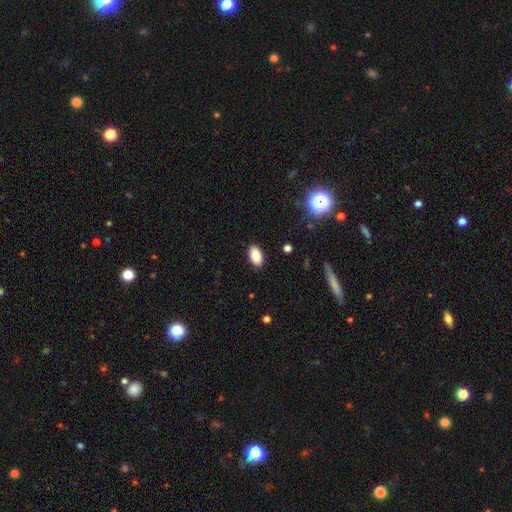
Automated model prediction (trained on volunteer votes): Smooth or featured? Predicted: smooth (p=0.88). How rounded? Predicted: in between (p=0.94). Merging? Predicted: none (p=0.88).